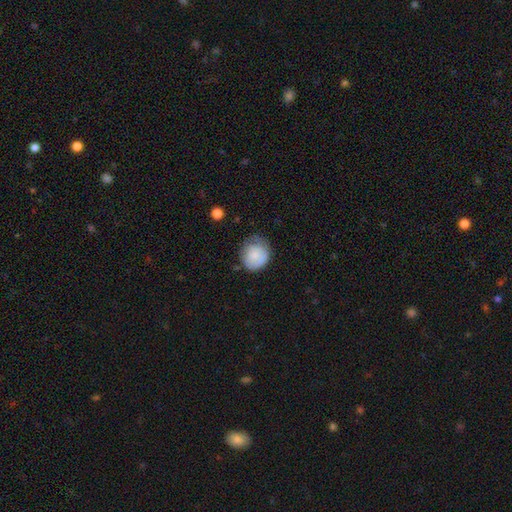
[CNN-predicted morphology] smooth-or-featured: smooth: 76% | featured or disk: 17% | star or artifact: 6%
  how-rounded: round: 77% | in between: 22% | cigar-shaped: 1%
  merging: none: 48% | minor disturbance: 36% | major disturbance: 14% | merger: 2%